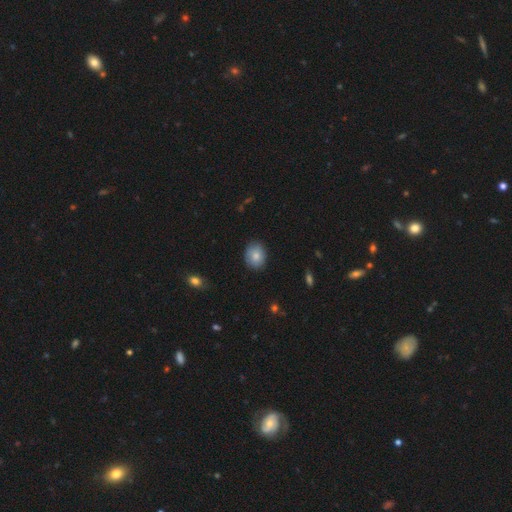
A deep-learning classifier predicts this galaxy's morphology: The model was most divided on "how rounded": round: 55%, in between: 44%, cigar-shaped: 1%. More confident: merging — none (83%); smooth or featured — smooth (79%).